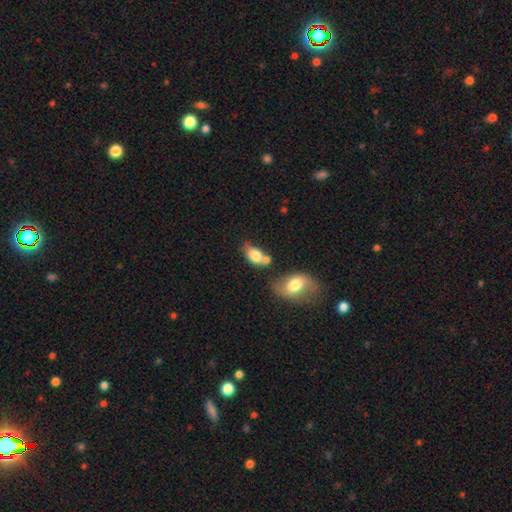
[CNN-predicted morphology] Smooth or featured? Predicted: smooth (p=0.77). How rounded? Predicted: in between (p=0.80). Merging? Predicted: none (p=0.38).